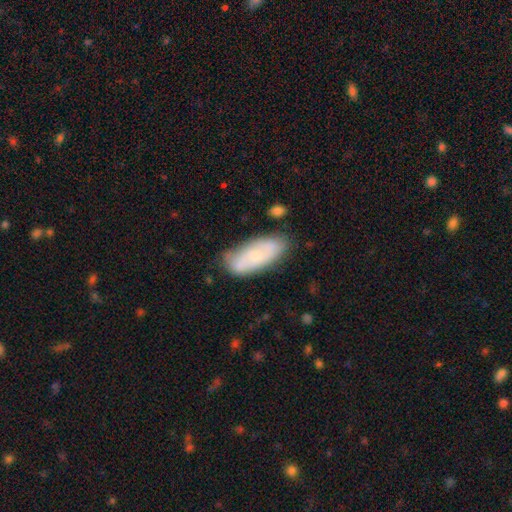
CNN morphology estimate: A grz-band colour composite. It shows a smooth galaxy with no disk features (57%) that is in between round and cigar-shaped (82%). Merging: none (68%).